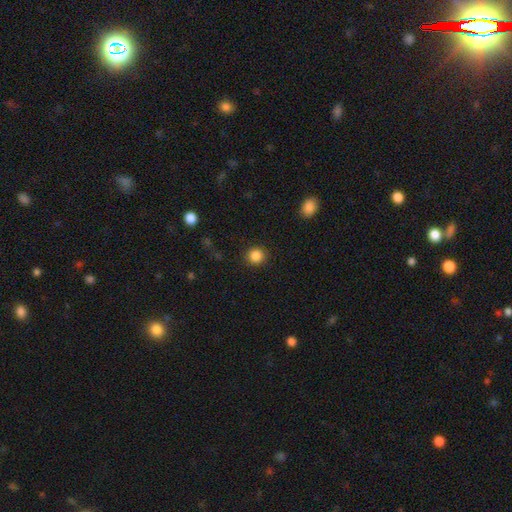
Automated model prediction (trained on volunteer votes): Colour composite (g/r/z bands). It shows a smooth galaxy with no disk features (86%) that is round (91%). Merging: none (90%).